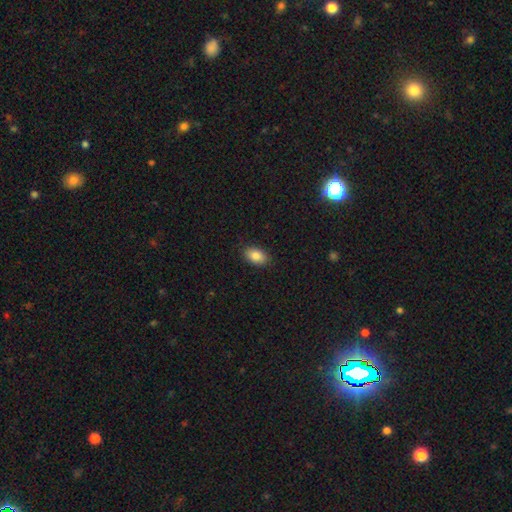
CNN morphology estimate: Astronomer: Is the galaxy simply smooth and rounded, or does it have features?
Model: smooth — 85%.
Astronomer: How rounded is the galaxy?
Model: in between — 91%.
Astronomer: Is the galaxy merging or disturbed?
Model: none — 88%.